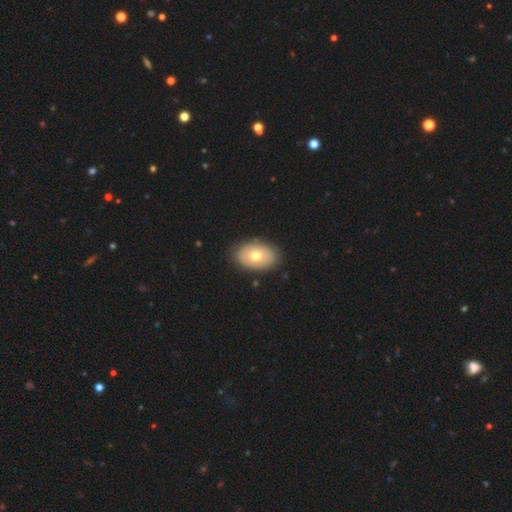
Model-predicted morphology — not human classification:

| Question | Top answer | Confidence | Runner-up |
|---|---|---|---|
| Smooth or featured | smooth | 69% | featured or disk (24%) |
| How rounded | in between | 86% | round (13%) |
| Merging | none | 86% | minor disturbance (10%) |